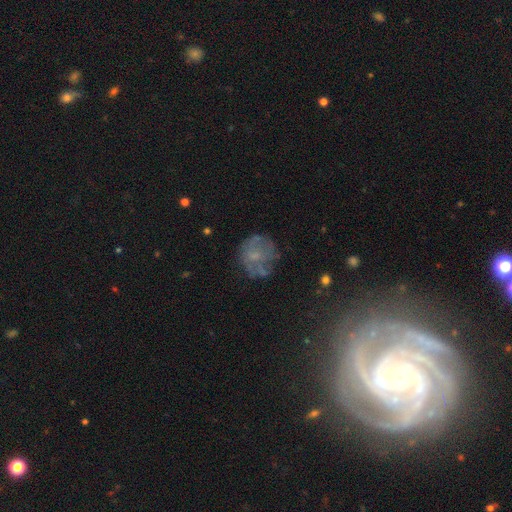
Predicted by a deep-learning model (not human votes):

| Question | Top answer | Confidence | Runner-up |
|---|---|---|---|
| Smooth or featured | featured or disk | 45% | smooth (40%) |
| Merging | none | 61% | minor disturbance (20%) |